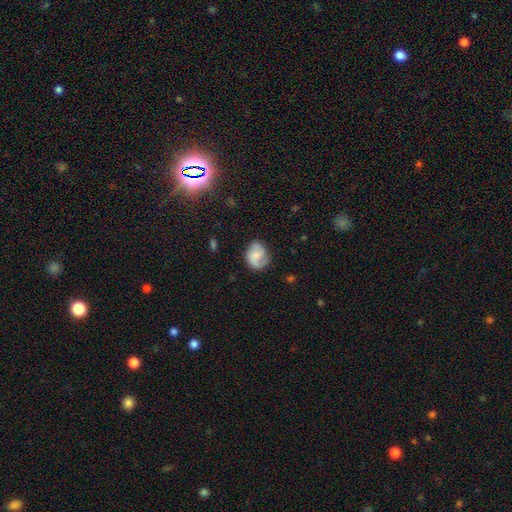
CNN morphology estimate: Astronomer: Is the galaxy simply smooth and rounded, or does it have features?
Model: featured or disk — 49% (runner-up: smooth, 43%).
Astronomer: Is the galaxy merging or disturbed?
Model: none — 60%.